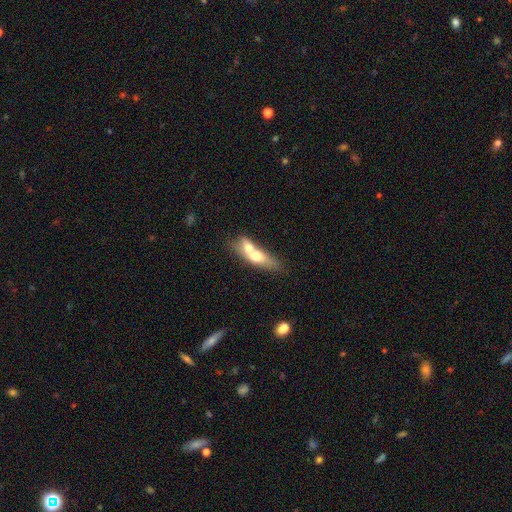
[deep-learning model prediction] A smooth galaxy with no disk features (57%) that is in between round and cigar-shaped (55%). Merging: merger (67%).